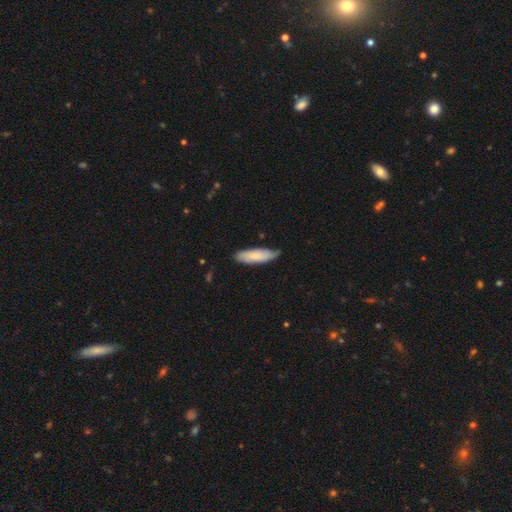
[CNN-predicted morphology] Smooth or featured? Predicted: smooth (p=0.76). How rounded? Predicted: cigar-shaped (p=0.53). Merging? Predicted: none (p=0.69).